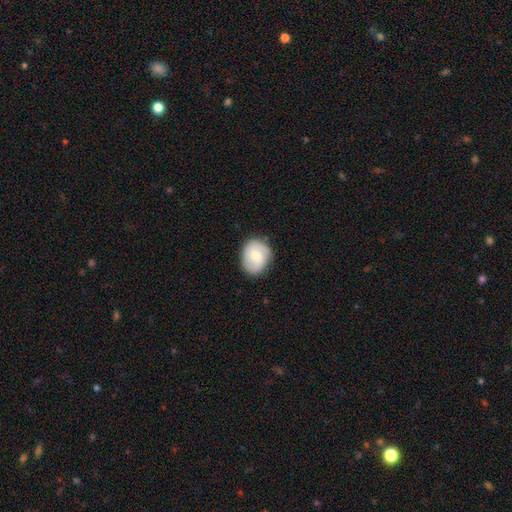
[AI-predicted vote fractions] A smooth galaxy with no disk features (58%) that is round (57%).

Vote fractions:
- Smooth or featured? smooth: 58% / featured or disk: 36% / star or artifact: 7%
- How rounded? round: 57% / in between: 42% / cigar-shaped: 1%
- Merging? none: 78% / minor disturbance: 17% / major disturbance: 4% / merger: 1%